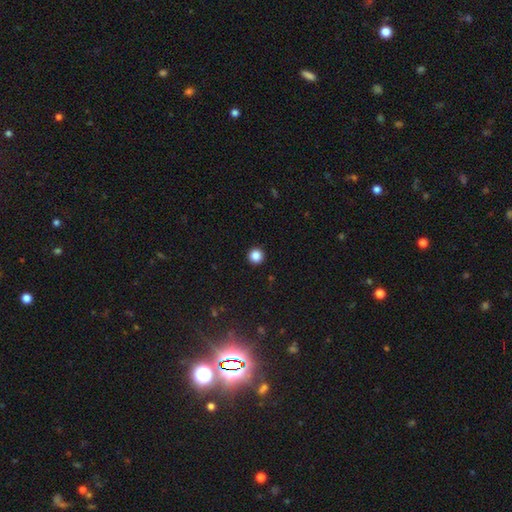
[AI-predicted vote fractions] This appears to be a smooth galaxy with no disk features (86%) that is round (96%). Merging: none (94%).